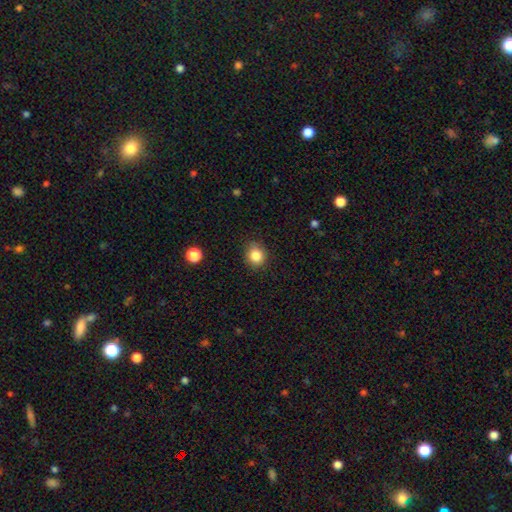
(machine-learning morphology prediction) smooth 84%, star or artifact 11%, featured or disk 6%. Down the decision tree: how rounded — round (79%); merging — none (85%).